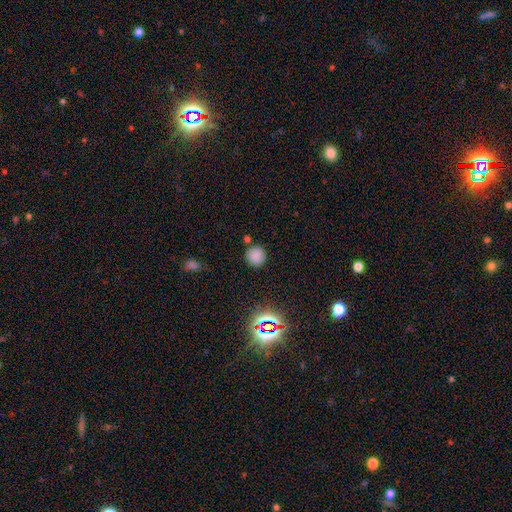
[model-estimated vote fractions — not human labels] The model was most divided on "smooth or featured": smooth: 80%, star or artifact: 15%, featured or disk: 4%. More confident: how rounded — round (92%); merging — none (83%).